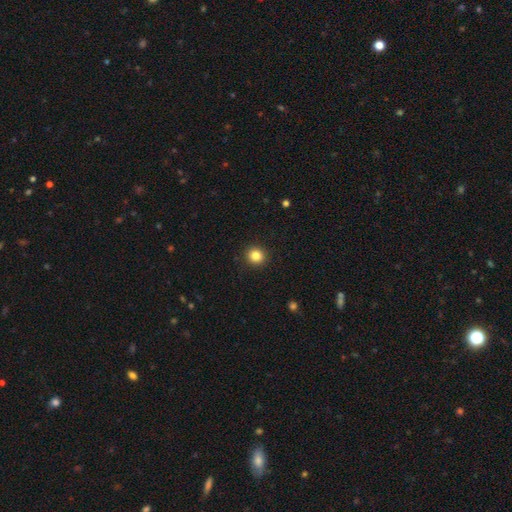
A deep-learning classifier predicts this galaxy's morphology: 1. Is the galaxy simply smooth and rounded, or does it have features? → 84% smooth, 11% star or artifact, 5% featured or disk.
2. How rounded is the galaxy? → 92% round, 7% in between, 1% cigar-shaped.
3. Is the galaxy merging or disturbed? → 92% none, 5% minor disturbance, 2% major disturbance, 1% merger.